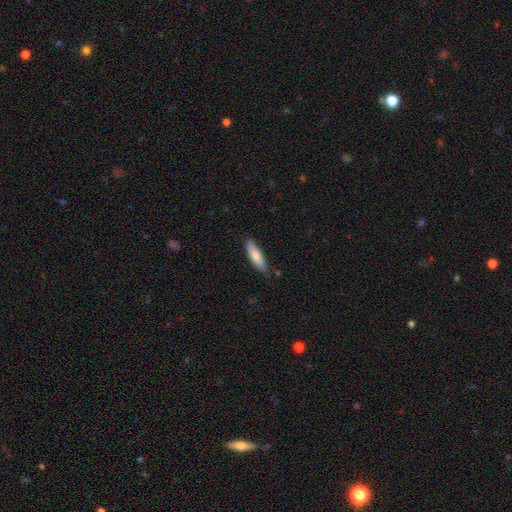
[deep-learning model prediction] A smooth galaxy with no disk features (73%) that is cigar-shaped (60%). Merging: none (82%).